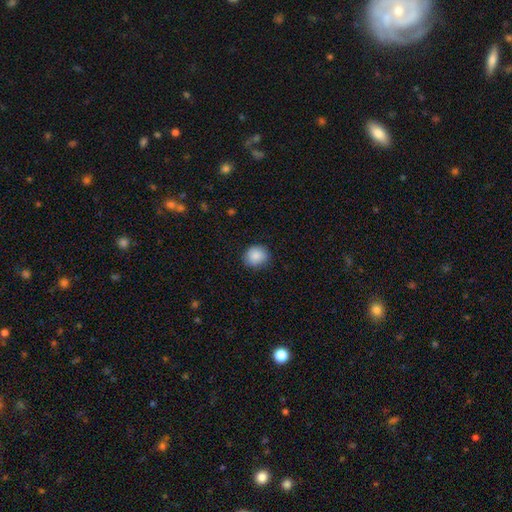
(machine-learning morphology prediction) This appears to be a smooth galaxy with no disk features (88%) that is round (80%). Merging: none (86%).